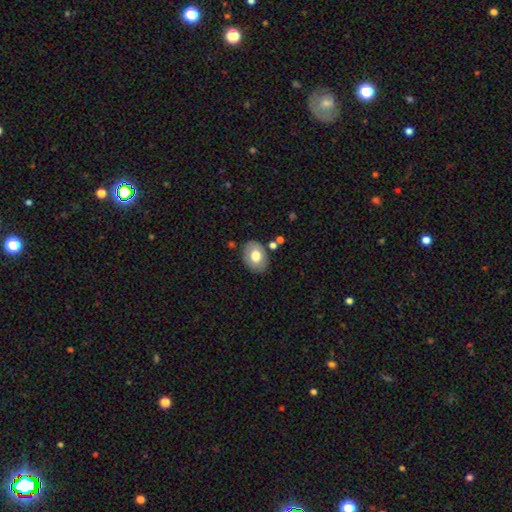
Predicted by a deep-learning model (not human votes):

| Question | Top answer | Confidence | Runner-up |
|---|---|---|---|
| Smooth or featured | smooth | 68% | featured or disk (25%) |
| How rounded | in between | 72% | round (27%) |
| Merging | none | 80% | minor disturbance (13%) |